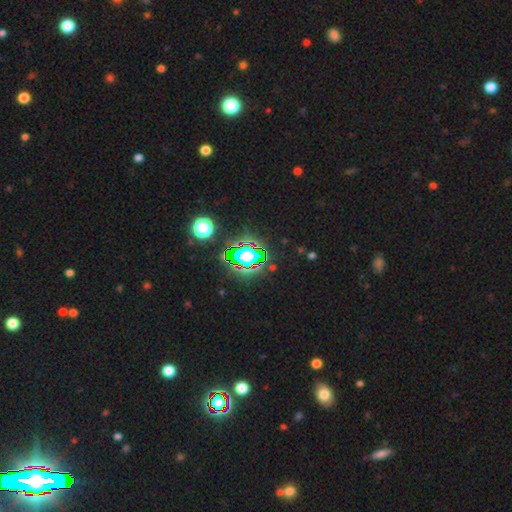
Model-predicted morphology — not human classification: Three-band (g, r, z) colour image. It shows a star or artifact, not a galaxy (68%).